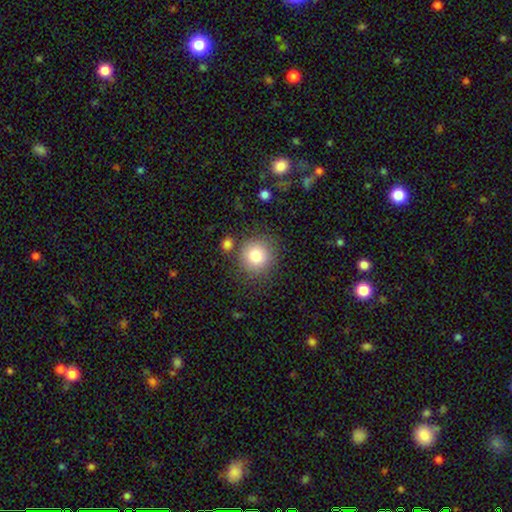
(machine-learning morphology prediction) A smooth galaxy with no disk features (79%) that is round (92%). Merging: none (80%).